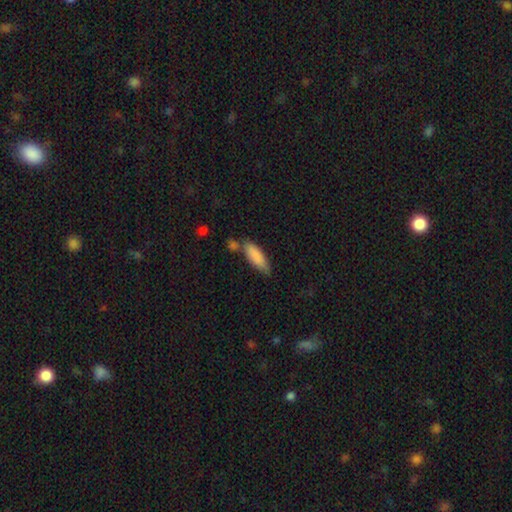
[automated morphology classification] smooth-or-featured: smooth: 85% | featured or disk: 8% | star or artifact: 6%
  how-rounded: in between: 56% | cigar-shaped: 42% | round: 2%
  merging: none: 56% | minor disturbance: 22% | merger: 16% | major disturbance: 5%